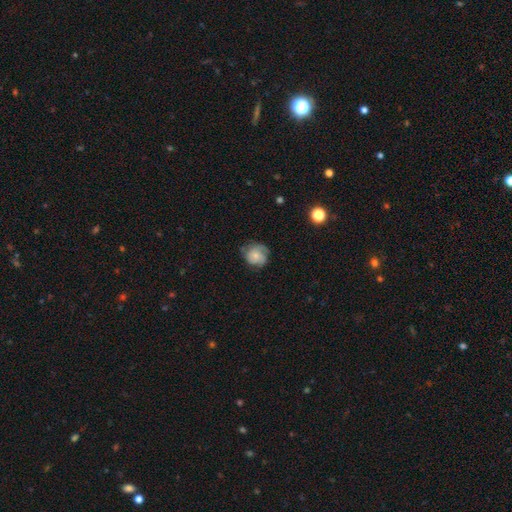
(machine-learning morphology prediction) This appears to be a smooth galaxy with no disk features (53%) that is round (79%). Merging: none (61%).